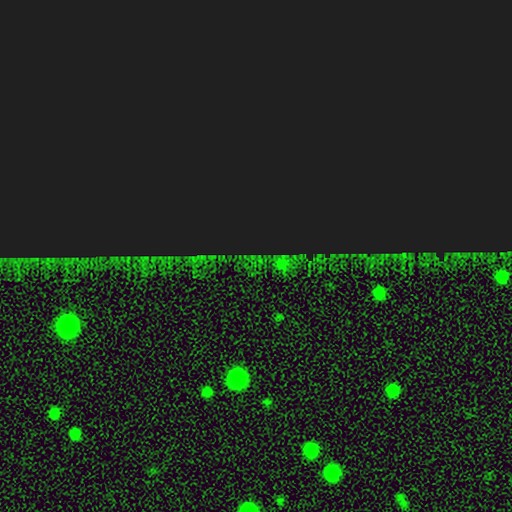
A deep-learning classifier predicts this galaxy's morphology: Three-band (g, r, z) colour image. It shows a star or artifact, not a galaxy (82%).